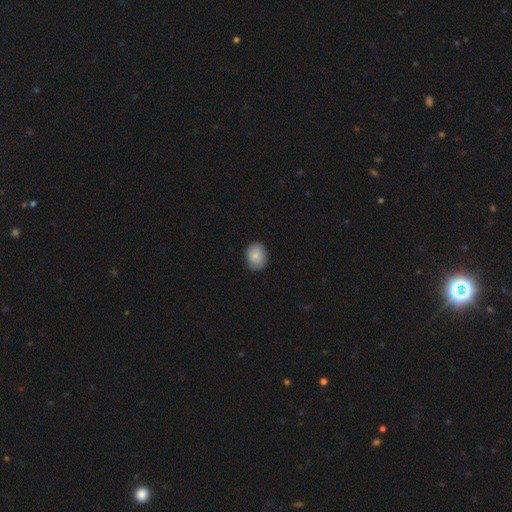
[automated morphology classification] Smooth or featured?
  - smooth: 86% *
  - star or artifact: 7%
  - featured or disk: 7%
How rounded?
  - in between: 50% * (tied)
  - round: 50% * (tied)
  - cigar-shaped: 1%
Merging?
  - none: 86% *
  - minor disturbance: 11%
  - major disturbance: 2%
  - merger: 1%